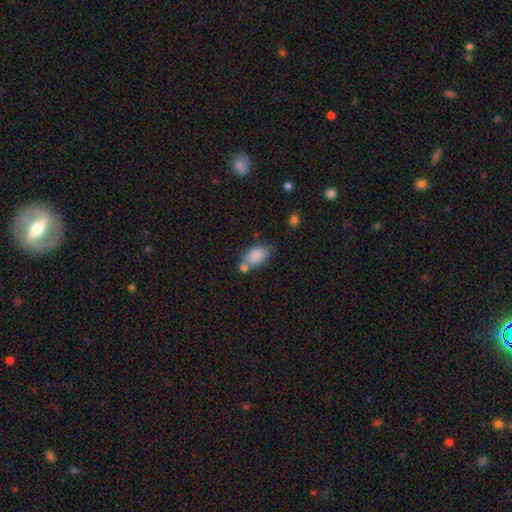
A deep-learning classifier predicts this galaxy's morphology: A smooth galaxy with no disk features (86%) that is in between round and cigar-shaped (91%).

Vote fractions:
- Smooth or featured? smooth: 86% / star or artifact: 7% / featured or disk: 6%
- How rounded? in between: 91% / round: 6% / cigar-shaped: 3%
- Merging? none: 59% / merger: 19% / minor disturbance: 17% / major disturbance: 5%